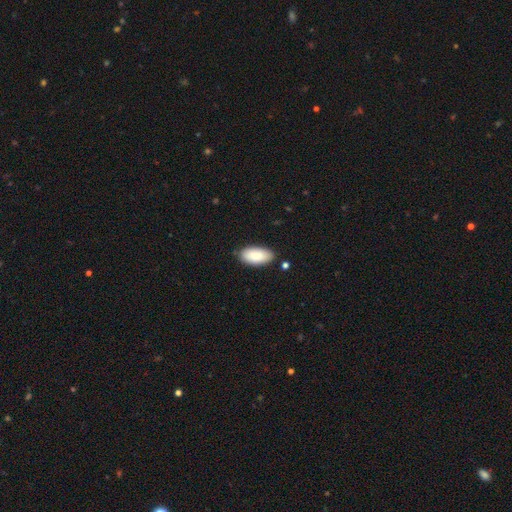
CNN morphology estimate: Smooth or featured?
  - smooth: 87% *
  - featured or disk: 6%
  - star or artifact: 6%
How rounded?
  - in between: 93% *
  - cigar-shaped: 5%
  - round: 2%
Merging?
  - none: 82% *
  - minor disturbance: 13%
  - major disturbance: 2%
  - merger: 2%